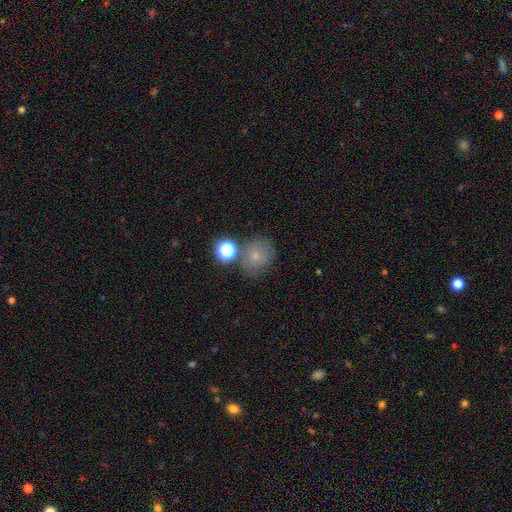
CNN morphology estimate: Q: Smooth or featured?
A: smooth (68%); runner-up: star or artifact (17%)
Q: How rounded?
A: round (78%); runner-up: in between (21%)
Q: Merging?
A: none (65%); runner-up: merger (16%)